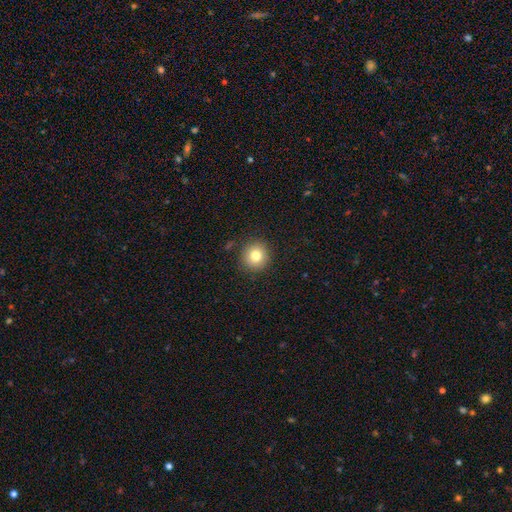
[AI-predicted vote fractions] smooth_or_featured: smooth (p=0.80) [alt: star or artifact p=0.11]
how_rounded: round (p=0.92) [alt: in between p=0.07]
merging: none (p=0.89) [alt: minor disturbance p=0.07]